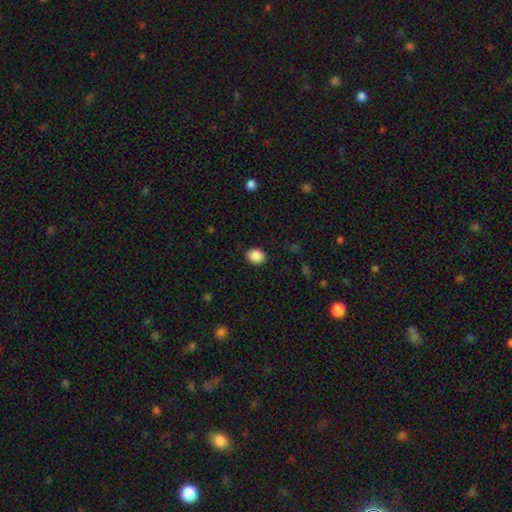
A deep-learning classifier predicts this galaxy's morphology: Smooth or featured: smooth — 88% (star or artifact — 9%)
How rounded: in between — 50% (tied with round — 50%)
Merging: none — 89% (minor disturbance — 8%)